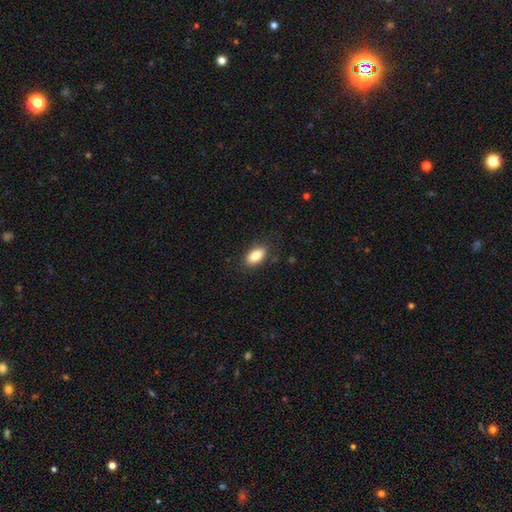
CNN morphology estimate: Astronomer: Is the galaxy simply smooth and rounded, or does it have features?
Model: smooth — 85%.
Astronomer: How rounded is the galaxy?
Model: in between — 91%.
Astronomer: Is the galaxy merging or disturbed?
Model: none — 84%.